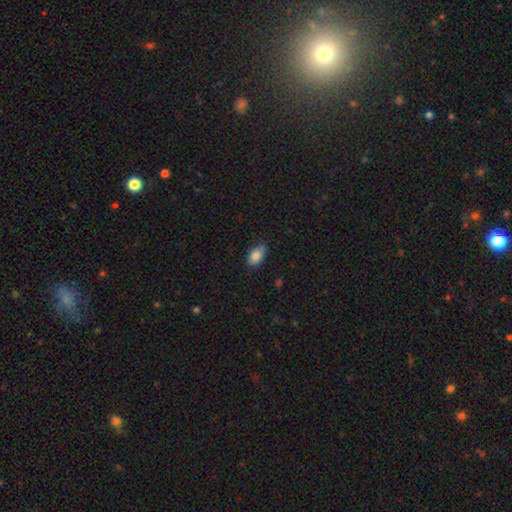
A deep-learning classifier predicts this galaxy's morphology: smooth_or_featured: smooth (p=0.87) [alt: star or artifact p=0.08]
how_rounded: in between (p=0.90) [alt: round p=0.07]
merging: none (p=0.74) [alt: minor disturbance p=0.22]